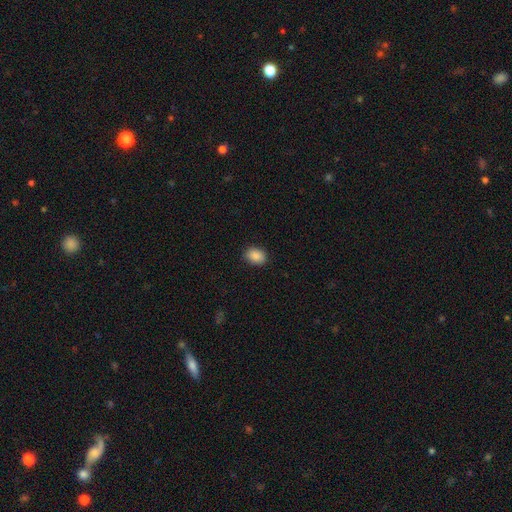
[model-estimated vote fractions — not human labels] Smooth or featured?
  - smooth: 88% *
  - star or artifact: 8%
  - featured or disk: 4%
How rounded?
  - in between: 69% *
  - round: 30%
  - cigar-shaped: 1%
Merging?
  - none: 89% *
  - minor disturbance: 8%
  - major disturbance: 2%
  - merger: 1%